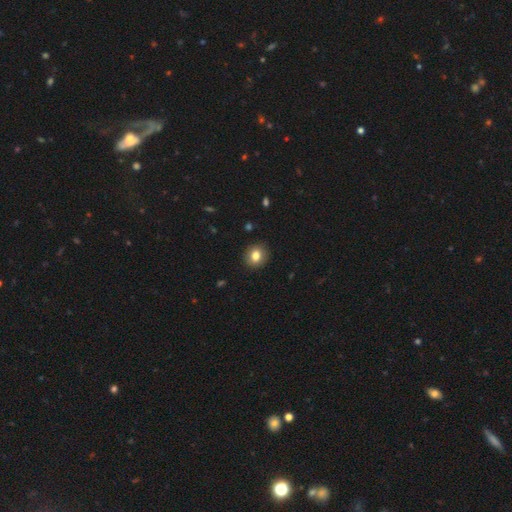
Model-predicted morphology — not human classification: The model was most divided on "how rounded": round: 81%, in between: 18%, cigar-shaped: 1%. More confident: merging — none (91%); smooth or featured — smooth (81%).